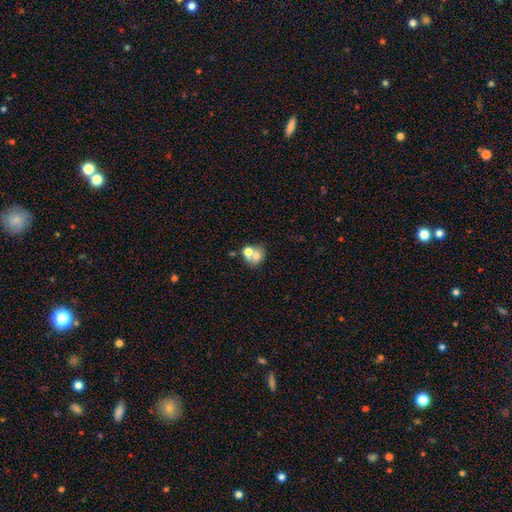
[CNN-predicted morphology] Smooth or featured: smooth — 64% (featured or disk — 24%)
How rounded: round — 66% (in between — 33%)
Merging: merger — 51% (none — 36%)